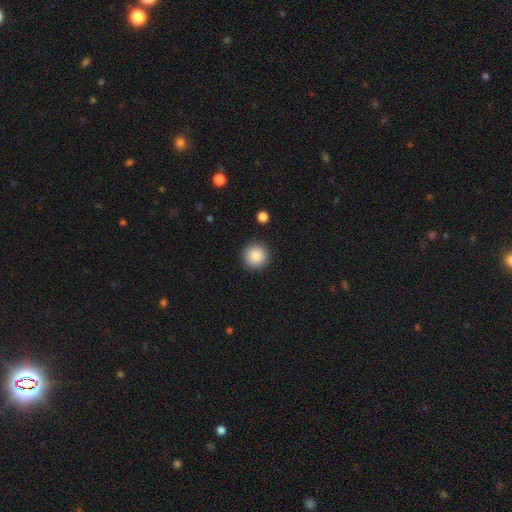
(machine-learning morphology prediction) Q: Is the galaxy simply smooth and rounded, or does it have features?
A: smooth — 88%.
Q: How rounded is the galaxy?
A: round — 95%.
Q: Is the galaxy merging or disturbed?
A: none — 91%.